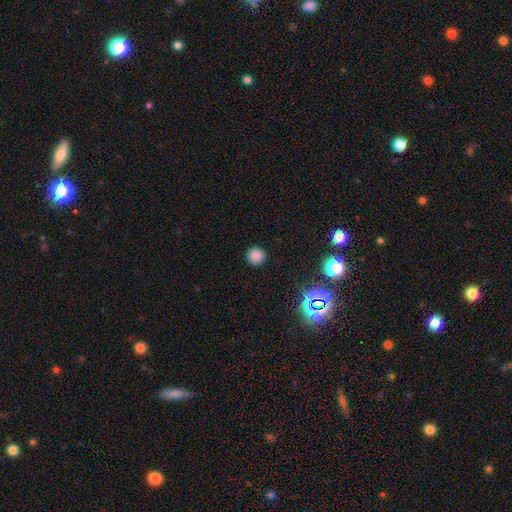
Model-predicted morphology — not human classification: Smooth or featured?
  - smooth: 82% *
  - star or artifact: 15%
  - featured or disk: 4%
How rounded?
  - round: 95% *
  - in between: 4%
  - cigar-shaped: 1%
Merging?
  - none: 92% *
  - minor disturbance: 5%
  - major disturbance: 2%
  - merger: 1%